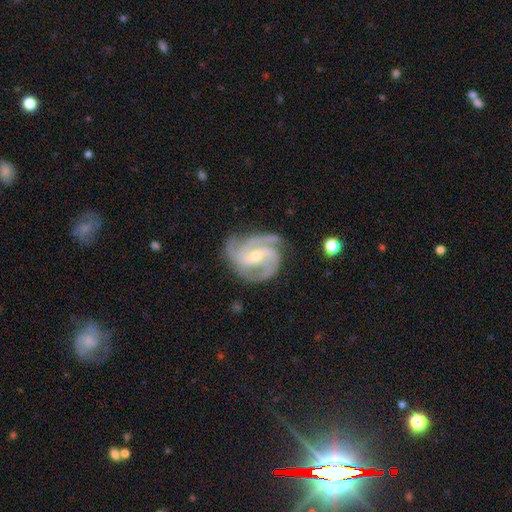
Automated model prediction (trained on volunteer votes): This is clearly a featured or disk galaxy (92%). It is clearly not viewed edge-on (98%). Bar: marginally weak (40%). Spiral arm pattern: clearly yes (98%). Spiral arm count: likely 3 (66%). Spiral winding: possibly tight (47%). Central bulge: possibly small (55%). Merging: likely none (74%).